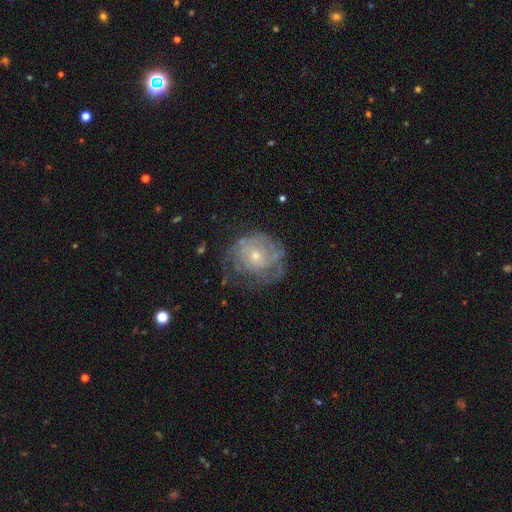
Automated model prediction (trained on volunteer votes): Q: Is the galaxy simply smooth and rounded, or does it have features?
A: featured or disk — 79%.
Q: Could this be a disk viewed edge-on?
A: no — 97%.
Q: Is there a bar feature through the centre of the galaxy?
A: no — 77%.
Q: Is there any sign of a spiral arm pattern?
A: yes — 86%.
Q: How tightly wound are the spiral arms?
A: tight — 68%.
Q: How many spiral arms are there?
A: can't tell — 51%.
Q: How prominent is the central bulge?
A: small — 57%.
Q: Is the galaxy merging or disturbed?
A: none — 60%.